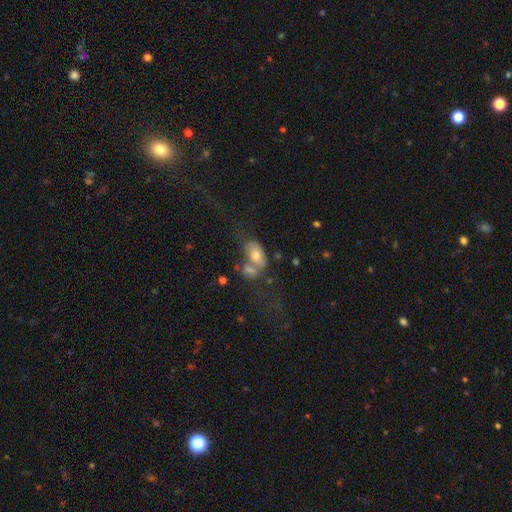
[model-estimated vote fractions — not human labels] This appears to be a smooth galaxy with no disk features (64%) that is in between round and cigar-shaped (88%). Merging: merger (47%).